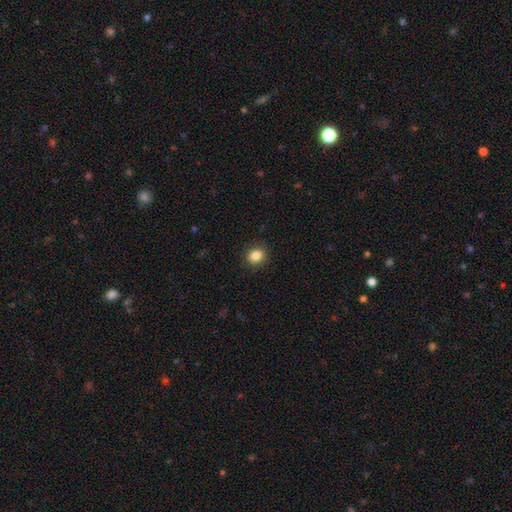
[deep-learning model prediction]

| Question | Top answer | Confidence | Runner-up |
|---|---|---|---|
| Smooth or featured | smooth | 85% | star or artifact (10%) |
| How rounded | round | 69% | in between (30%) |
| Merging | none | 89% | minor disturbance (8%) |